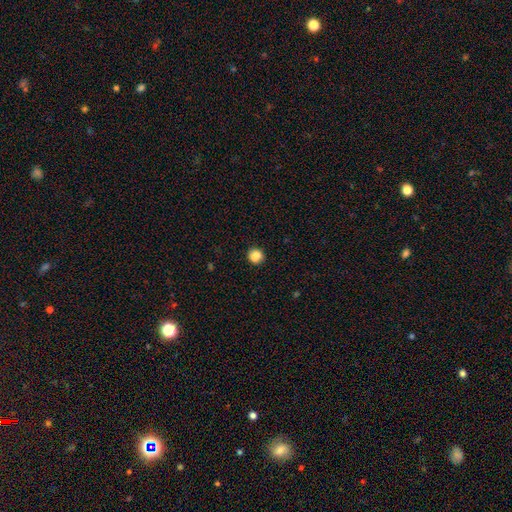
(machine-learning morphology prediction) A smooth galaxy with no disk features (79%) that is round (84%).

Vote fractions:
- Smooth or featured? smooth: 79% / featured or disk: 10% / star or artifact: 10%
- How rounded? round: 84% / in between: 15% / cigar-shaped: 1%
- Merging? none: 64% / merger: 18% / minor disturbance: 14% / major disturbance: 4%